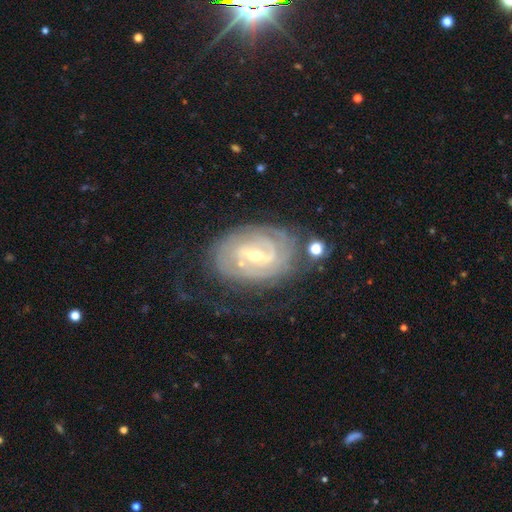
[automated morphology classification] Q: Smooth or featured?
A: featured or disk (87%); runner-up: smooth (7%)
Q: Edge-on disk?
A: no (96%); runner-up: yes (4%)
Q: Bar?
A: weak (47%); runner-up: strong (38%)
Q: Spiral arms?
A: yes (93%); runner-up: no (7%)
Q: Spiral winding?
A: tight (72%); runner-up: medium (22%)
Q: Spiral arm count?
A: can't tell (37%); runner-up: 2 (33%)
Q: Bulge size?
A: small (49%); runner-up: moderate (47%)
Q: Merging?
A: none (64%); runner-up: minor disturbance (20%)